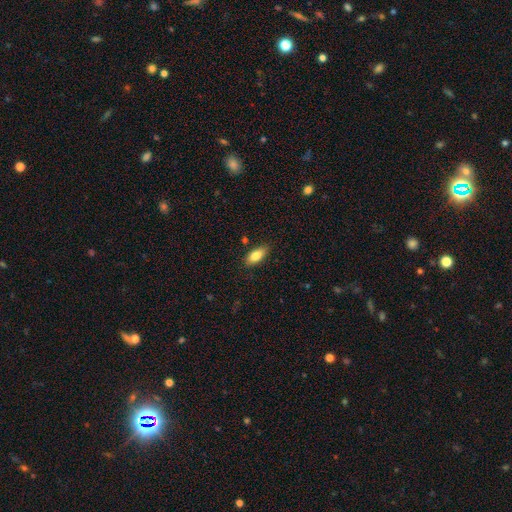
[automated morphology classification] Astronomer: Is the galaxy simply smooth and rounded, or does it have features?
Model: smooth — 81%.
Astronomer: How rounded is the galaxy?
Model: in between — 85%.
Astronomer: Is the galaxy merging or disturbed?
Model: none — 84%.